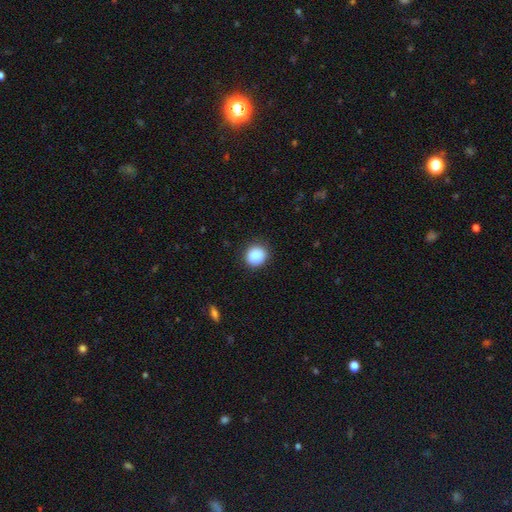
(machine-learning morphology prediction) A smooth galaxy with no disk features (88%) that is round (88%).

Vote fractions:
- Smooth or featured? smooth: 88% / star or artifact: 9% / featured or disk: 3%
- How rounded? round: 88% / in between: 11% / cigar-shaped: 1%
- Merging? none: 90% / minor disturbance: 7% / major disturbance: 2% / merger: 1%